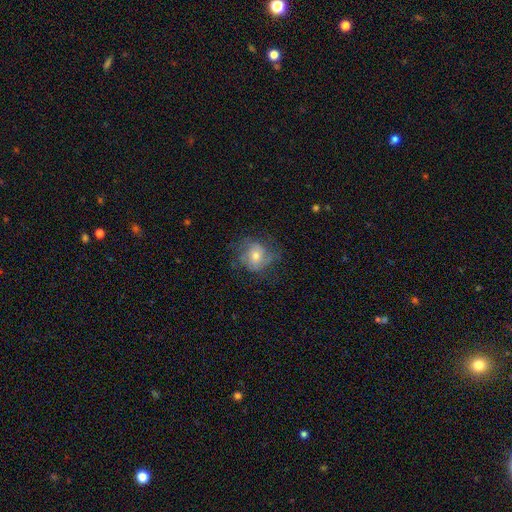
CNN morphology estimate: smooth_or_featured: smooth (p=0.47) [alt: featured or disk p=0.43]
merging: none (p=0.56) [alt: minor disturbance p=0.24]